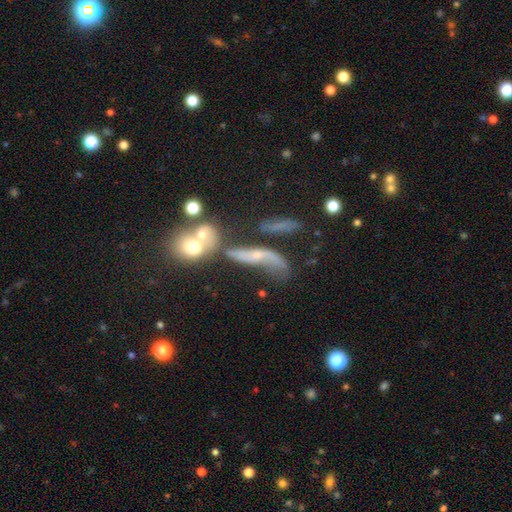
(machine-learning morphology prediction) The model was most divided on "merging": merger: 32%, none: 27%, major disturbance: 24%, minor disturbance: 17%. More confident: edge-on disk — no (78%); smooth or featured — featured or disk (59%).